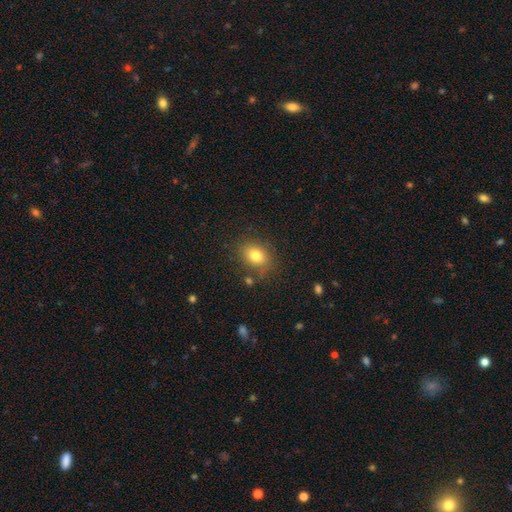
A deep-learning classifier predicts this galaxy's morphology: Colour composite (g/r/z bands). It shows a smooth galaxy with no disk features (80%) that is in between round and cigar-shaped (60%). Merging: none (78%).